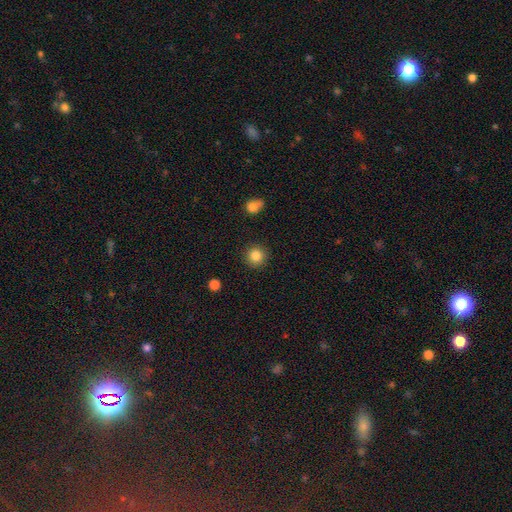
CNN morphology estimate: Overall: smooth (85%). How rounded: round (94%). Merging: none (91%).